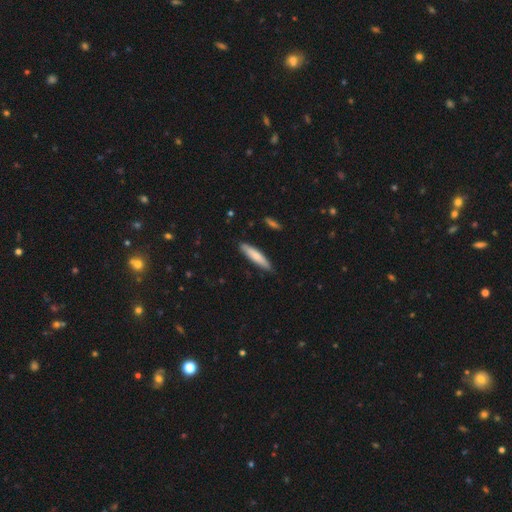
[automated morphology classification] smooth_or_featured: smooth (p=0.73) [alt: featured or disk p=0.22]
how_rounded: cigar-shaped (p=0.85) [alt: in between p=0.13]
merging: none (p=0.85) [alt: minor disturbance p=0.12]